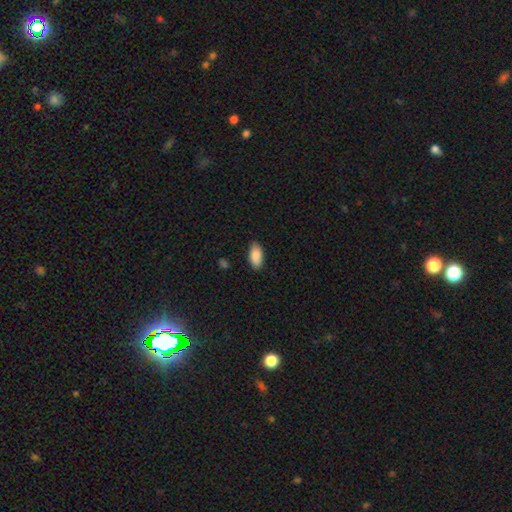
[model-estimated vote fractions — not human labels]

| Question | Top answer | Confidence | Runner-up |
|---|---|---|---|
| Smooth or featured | smooth | 89% | star or artifact (6%) |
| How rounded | in between | 91% | cigar-shaped (7%) |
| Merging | none | 86% | minor disturbance (10%) |